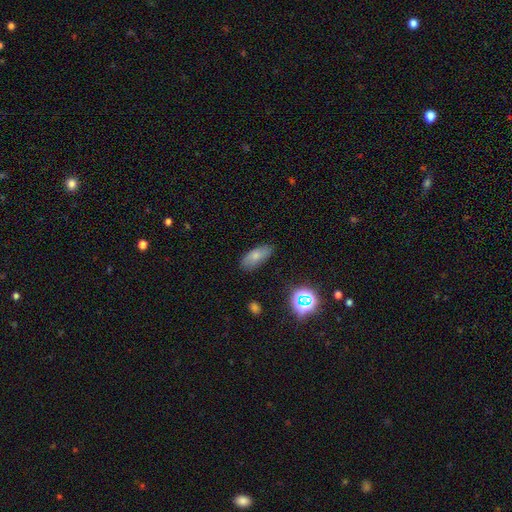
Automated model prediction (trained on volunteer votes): Q: Smooth or featured?
A: smooth (73%); runner-up: featured or disk (16%)
Q: How rounded?
A: in between (82%); runner-up: cigar-shaped (15%)
Q: Merging?
A: none (80%); runner-up: minor disturbance (15%)